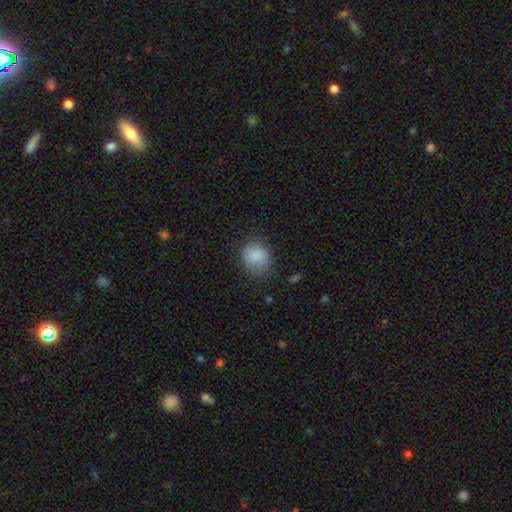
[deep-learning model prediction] The model was most divided on "how rounded": round: 57%, in between: 42%, cigar-shaped: 1%. More confident: smooth or featured — smooth (82%); merging — none (59%).